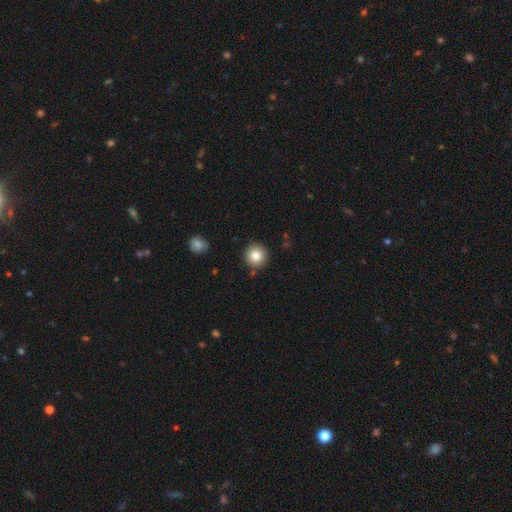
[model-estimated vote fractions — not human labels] This is clearly a smooth galaxy (83%). How rounded: clearly round (94%). Merging: clearly none (88%).